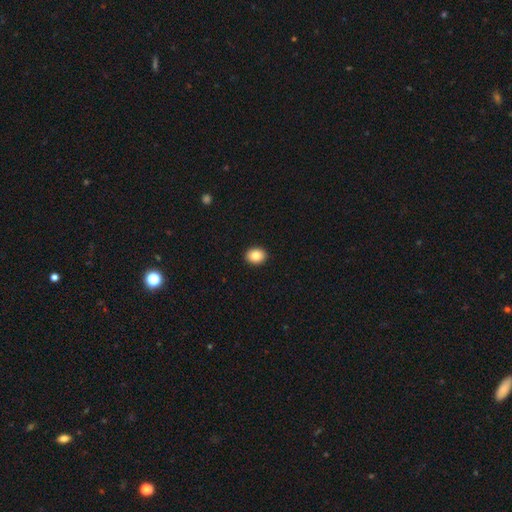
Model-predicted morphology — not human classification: A smooth galaxy with no disk features (84%) that is round (58%).

Vote fractions:
- Smooth or featured? smooth: 84% / star or artifact: 9% / featured or disk: 7%
- How rounded? round: 58% / in between: 42% / cigar-shaped: 1%
- Merging? none: 93% / minor disturbance: 5% / major disturbance: 1% / merger: 1%